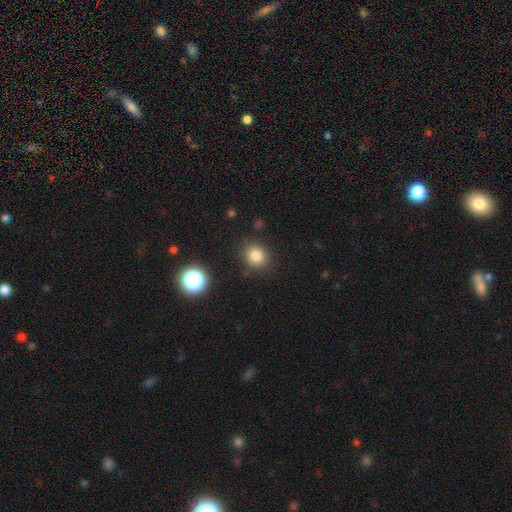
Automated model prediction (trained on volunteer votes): Overall: smooth (82%). How rounded: round (83%). Merging: none (85%).